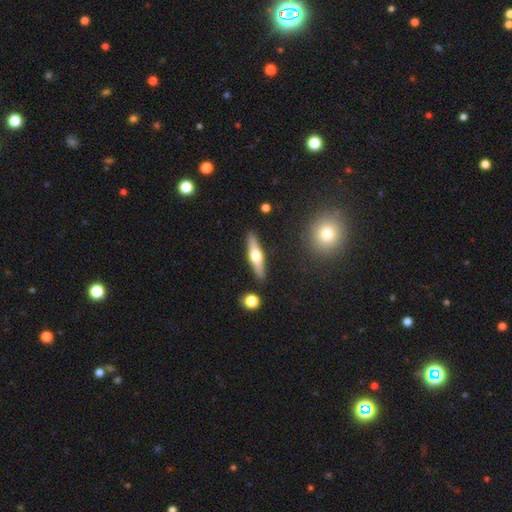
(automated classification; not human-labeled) Morphology: type=featured or disk (56%); edge-on=yes (94%); edge-on bulge=rounded (94%); merging=none (89%).